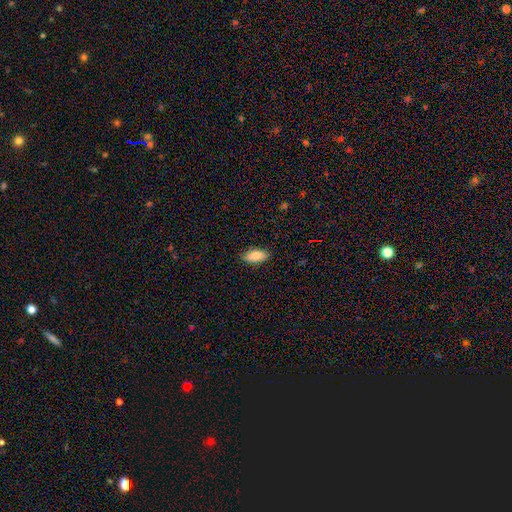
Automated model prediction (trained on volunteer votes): Smooth or featured: smooth — 85% (featured or disk — 9%)
How rounded: in between — 91% (cigar-shaped — 7%)
Merging: none — 87% (minor disturbance — 10%)